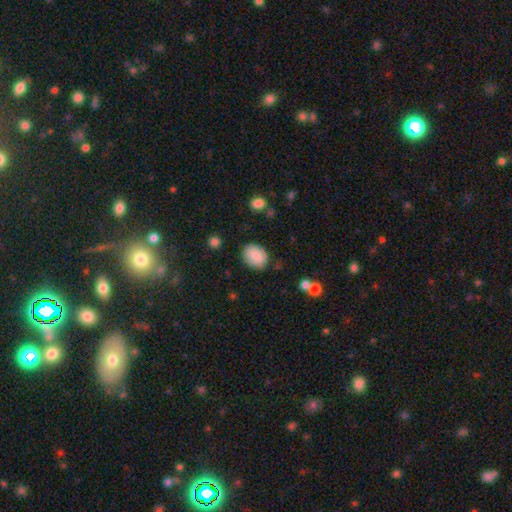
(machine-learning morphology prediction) A smooth galaxy with no disk features (84%) that is in between round and cigar-shaped (57%).

Vote fractions:
- Smooth or featured? smooth: 84% / featured or disk: 9% / star or artifact: 8%
- How rounded? in between: 57% / round: 42% / cigar-shaped: 1%
- Merging? none: 79% / minor disturbance: 15% / major disturbance: 4% / merger: 2%